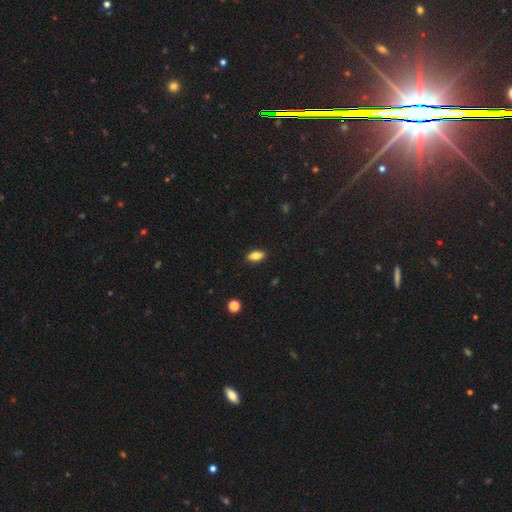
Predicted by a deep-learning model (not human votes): Q: Smooth or featured?
A: smooth (79%); runner-up: featured or disk (12%)
Q: How rounded?
A: in between (85%); runner-up: cigar-shaped (11%)
Q: Merging?
A: none (88%); runner-up: minor disturbance (9%)